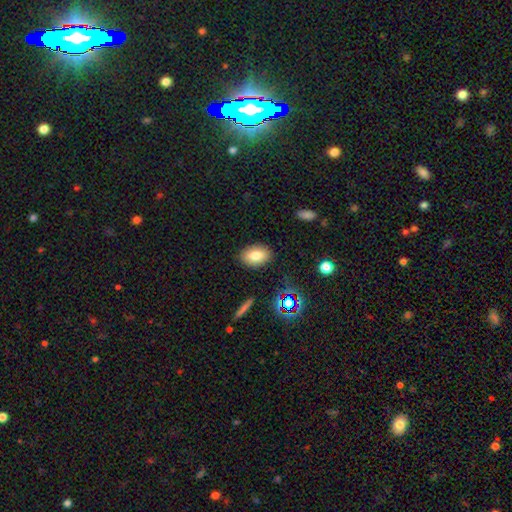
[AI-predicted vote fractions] smooth 79%, featured or disk 11%, star or artifact 10%. Down the decision tree: how rounded — in between (88%); merging — none (87%).